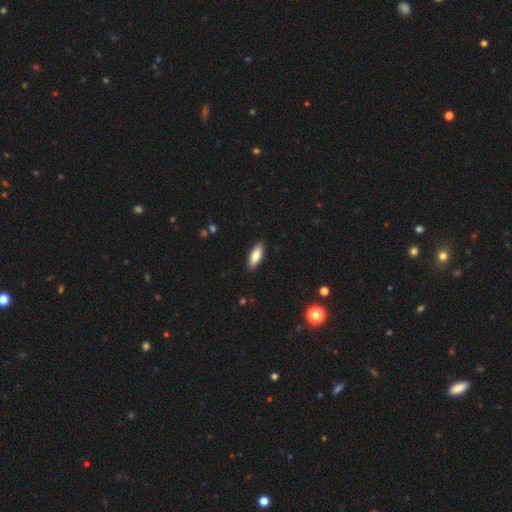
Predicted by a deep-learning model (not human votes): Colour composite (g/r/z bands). It shows a smooth galaxy with no disk features (81%) that is in between round and cigar-shaped (69%). Merging: none (89%).